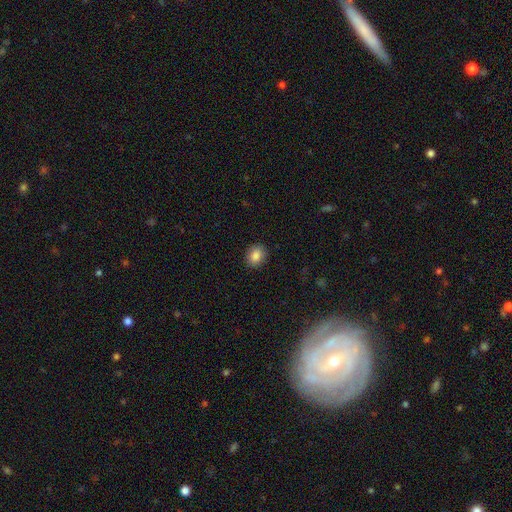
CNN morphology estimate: The model was most divided on "how rounded": round: 52%, in between: 47%, cigar-shaped: 1%. More confident: merging — none (90%); smooth or featured — smooth (86%).